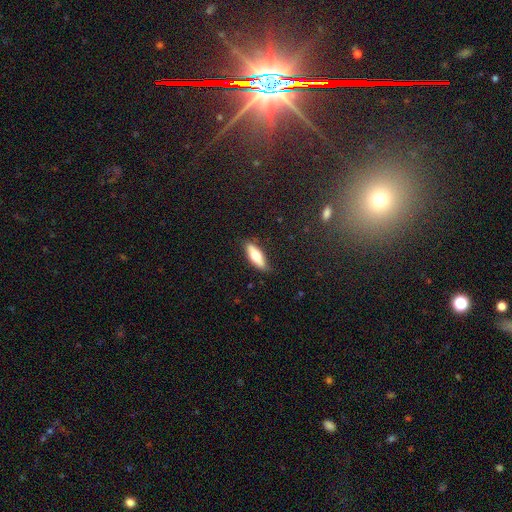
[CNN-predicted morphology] type=smooth (65%); roundness=in between (56%); merging=none (81%).